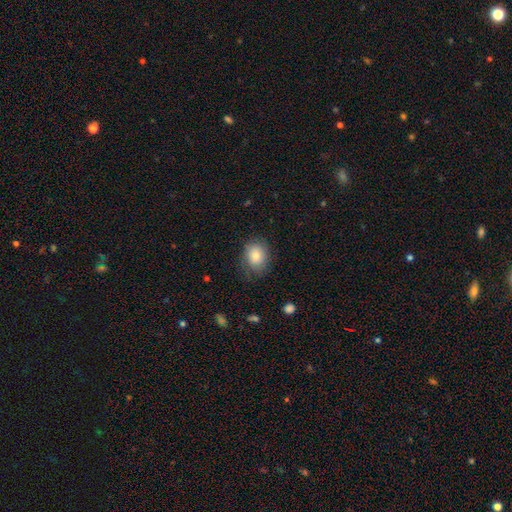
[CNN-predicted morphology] Smooth or featured? smooth (82%)
How rounded? in between (57%)
Merging? none (69%)